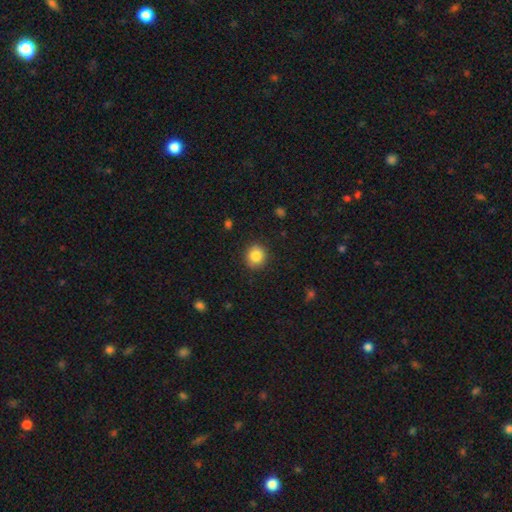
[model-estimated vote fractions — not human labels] smooth_or_featured: smooth (p=0.85) [alt: star or artifact p=0.09]
how_rounded: round (p=0.86) [alt: in between p=0.13]
merging: none (p=0.89) [alt: minor disturbance p=0.08]